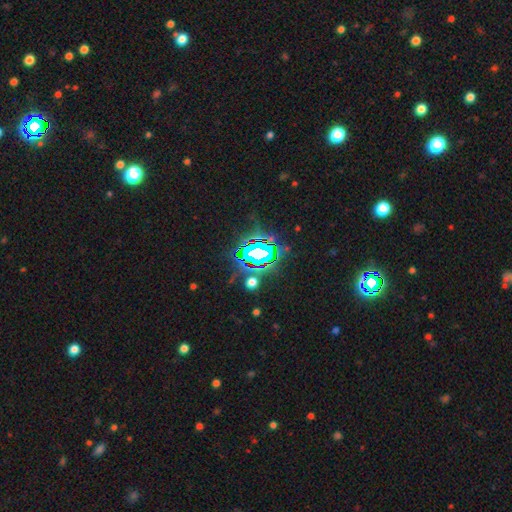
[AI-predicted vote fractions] This appears to be a star or artifact, not a galaxy (72%).